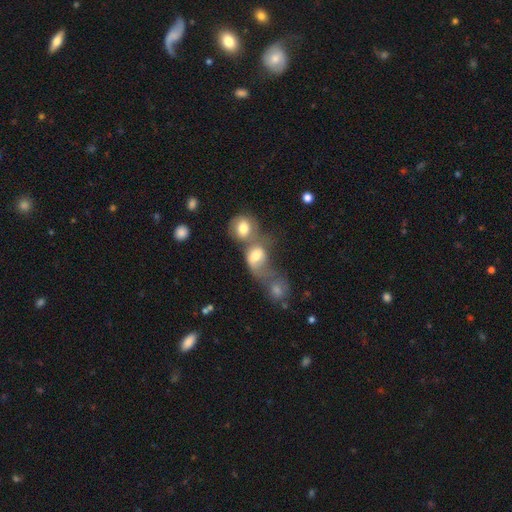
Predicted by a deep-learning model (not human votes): Smooth or featured?
  - smooth: 66% *
  - featured or disk: 24%
  - star or artifact: 10%
How rounded?
  - in between: 56% *
  - round: 42%
  - cigar-shaped: 2%
Merging?
  - merger: 72% *
  - none: 11%
  - major disturbance: 10%
  - minor disturbance: 6%